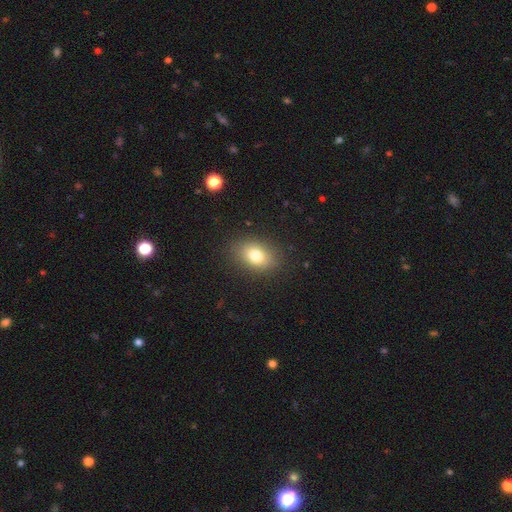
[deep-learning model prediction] Smooth or featured: smooth — 78% (featured or disk — 11%)
How rounded: in between — 76% (round — 22%)
Merging: none — 86% (minor disturbance — 10%)